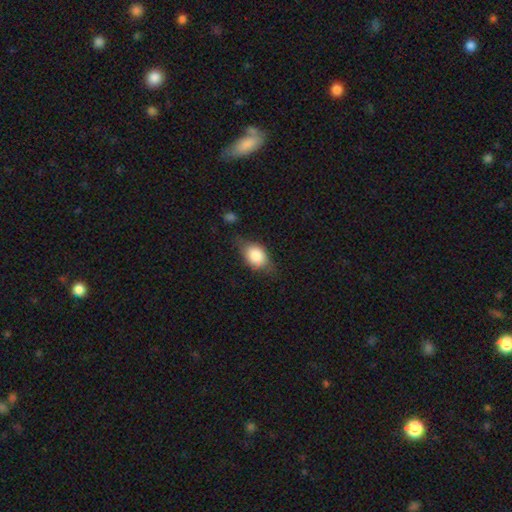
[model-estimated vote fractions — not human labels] A smooth galaxy with no disk features (76%) that is in between round and cigar-shaped (75%).

Vote fractions:
- Smooth or featured? smooth: 76% / featured or disk: 16% / star or artifact: 8%
- How rounded? in between: 75% / round: 22% / cigar-shaped: 3%
- Merging? none: 54% / minor disturbance: 32% / major disturbance: 11% / merger: 3%